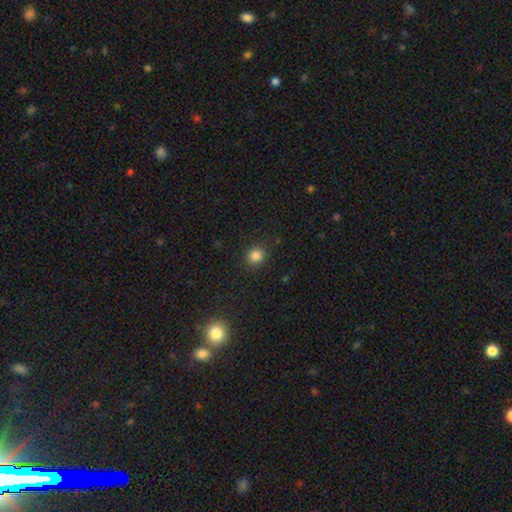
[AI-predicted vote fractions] This appears to be a smooth galaxy with no disk features (83%) that is round (80%). Merging: none (88%).